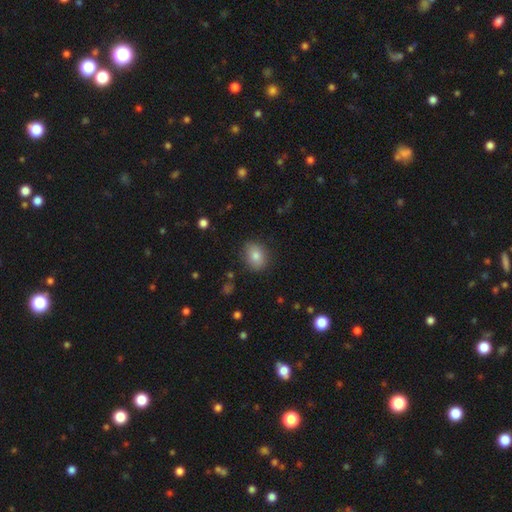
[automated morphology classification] This is clearly a smooth galaxy (83%). How rounded: possibly in between (56%). Merging: clearly none (84%).